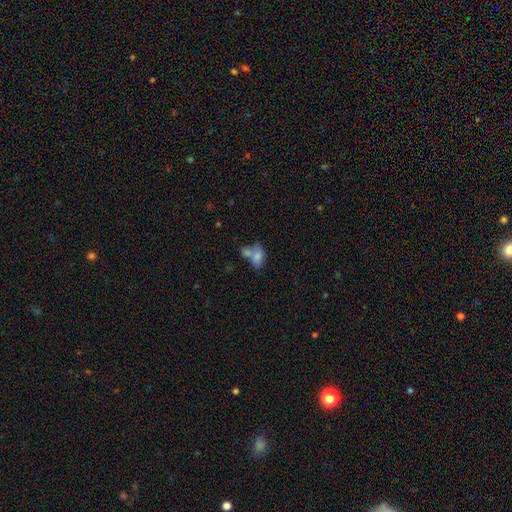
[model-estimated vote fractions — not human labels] smooth 73%, featured or disk 18%, star or artifact 9%. Down the decision tree: how rounded — in between (85%); merging — merger (53%).